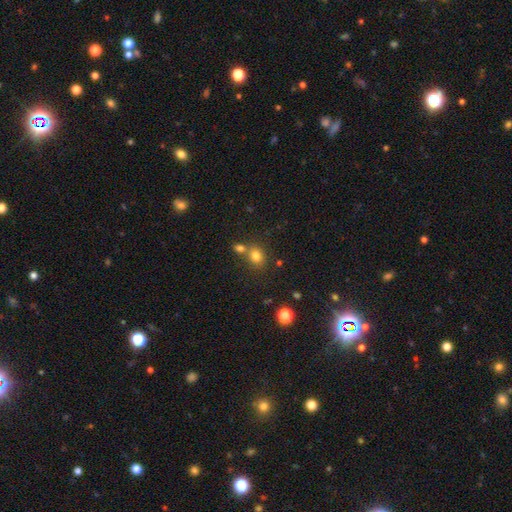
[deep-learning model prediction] The model was most divided on "how rounded": round: 60%, in between: 39%, cigar-shaped: 1%. More confident: smooth or featured — smooth (79%); merging — none (57%).